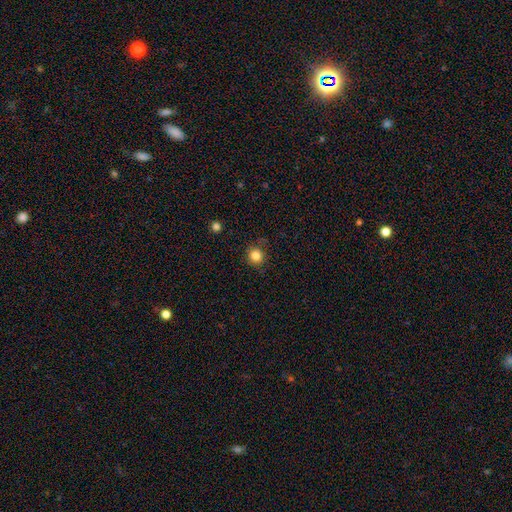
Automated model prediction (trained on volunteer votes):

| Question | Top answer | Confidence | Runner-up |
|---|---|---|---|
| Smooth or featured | smooth | 84% | star or artifact (11%) |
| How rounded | round | 92% | in between (7%) |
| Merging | none | 86% | minor disturbance (10%) |